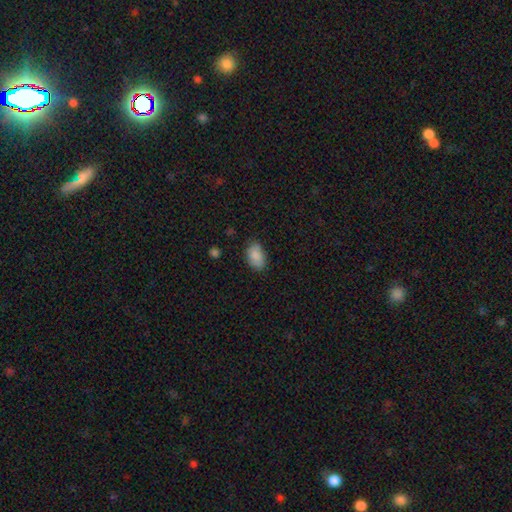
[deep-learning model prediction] This appears to be a smooth galaxy with no disk features (86%) that is in between round and cigar-shaped (90%). Merging: none (76%).